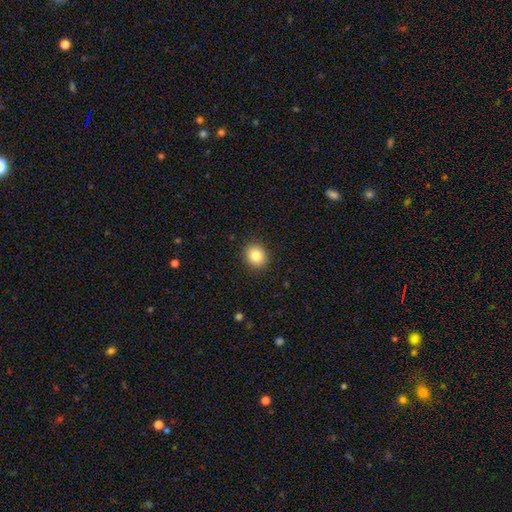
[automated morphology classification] This is clearly a smooth galaxy (83%). How rounded: likely round (77%). Merging: clearly none (90%).